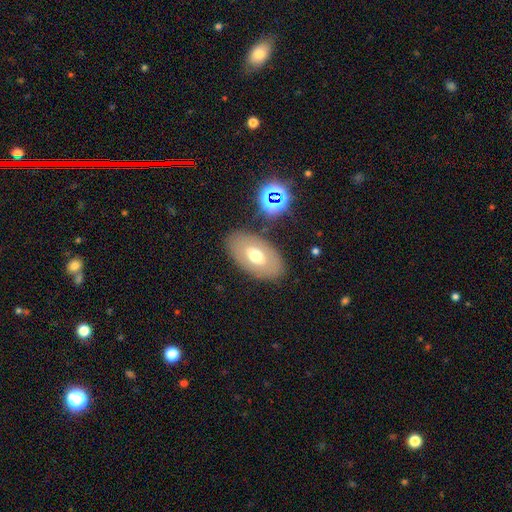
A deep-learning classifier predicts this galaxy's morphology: smooth 55%, featured or disk 36%, star or artifact 9%. Down the decision tree: how rounded — in between (92%); merging — none (82%).